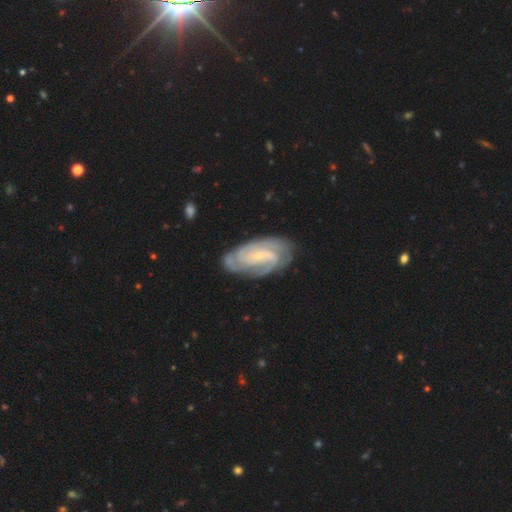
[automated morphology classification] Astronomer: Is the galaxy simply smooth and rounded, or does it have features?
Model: featured or disk — 82%.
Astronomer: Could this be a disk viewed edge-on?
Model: no — 95%.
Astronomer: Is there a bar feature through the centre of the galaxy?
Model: weak — 45% (runner-up: no, 36%).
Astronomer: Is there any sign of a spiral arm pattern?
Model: yes — 97%.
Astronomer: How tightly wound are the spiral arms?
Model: tight — 62%.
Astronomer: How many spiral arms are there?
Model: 2 — 35% (runner-up: can't tell, 23%).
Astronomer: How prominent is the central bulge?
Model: small — 69%.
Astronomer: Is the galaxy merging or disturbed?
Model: none — 79%.